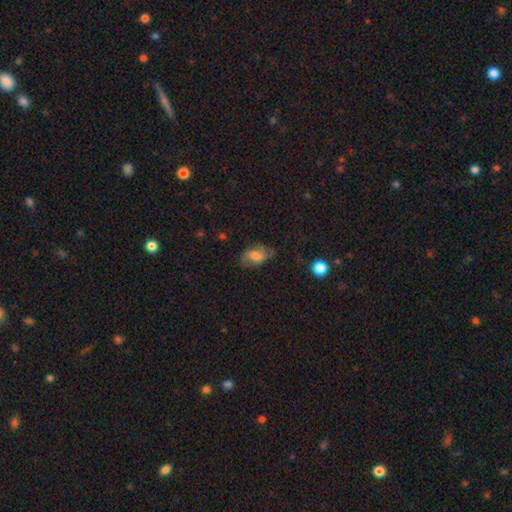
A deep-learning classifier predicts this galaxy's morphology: smooth_or_featured: smooth (p=0.48) [alt: featured or disk p=0.42]
merging: none (p=0.58) [alt: minor disturbance p=0.25]